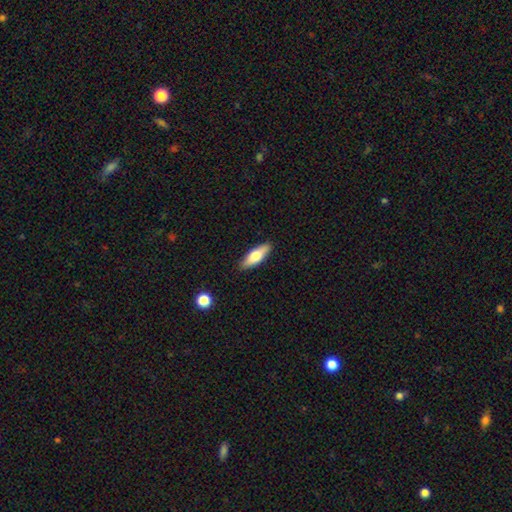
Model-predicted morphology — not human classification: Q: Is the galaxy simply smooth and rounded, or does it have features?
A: smooth — 65%.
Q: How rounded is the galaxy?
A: in between — 61%.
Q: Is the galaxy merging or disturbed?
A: none — 88%.